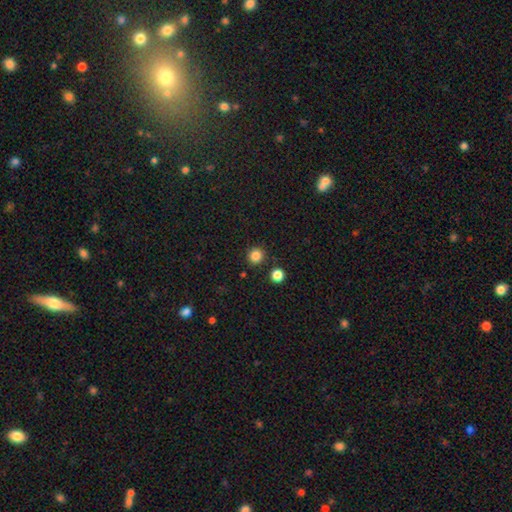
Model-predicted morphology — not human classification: Smooth or featured? Predicted: smooth (p=0.84). How rounded? Predicted: round (p=0.92). Merging? Predicted: none (p=0.88).